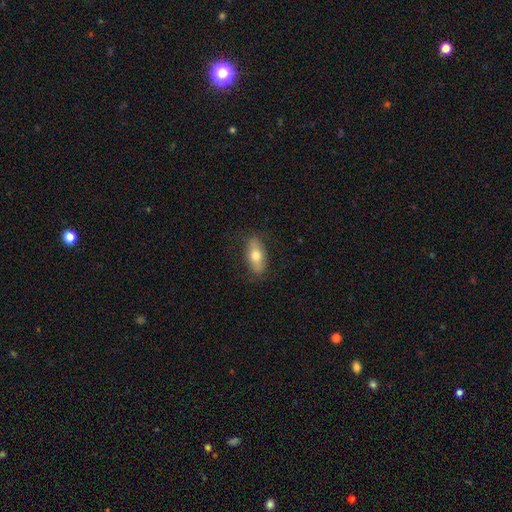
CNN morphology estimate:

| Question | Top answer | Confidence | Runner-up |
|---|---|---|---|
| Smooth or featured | smooth | 65% | featured or disk (28%) |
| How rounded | in between | 80% | cigar-shaped (15%) |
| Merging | none | 82% | minor disturbance (13%) |